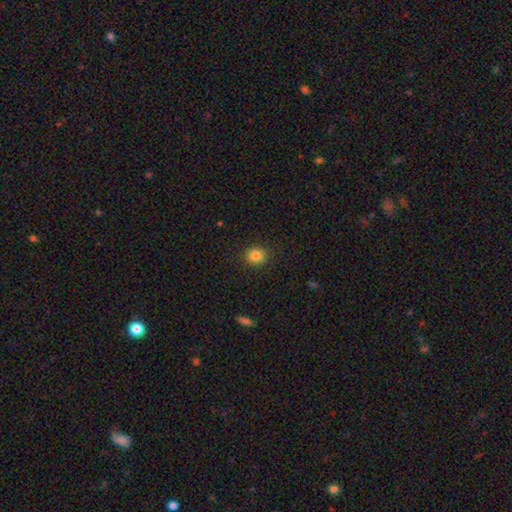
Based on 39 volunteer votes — smooth-or-featured: smooth: 92% | featured or disk: 5% | star or artifact: 3%
  how-rounded: round: 92% | in between: 8% | cigar-shaped: 0%
  merging: none: 92% | minor disturbance: 3% | major disturbance: 3% | merger: 3%